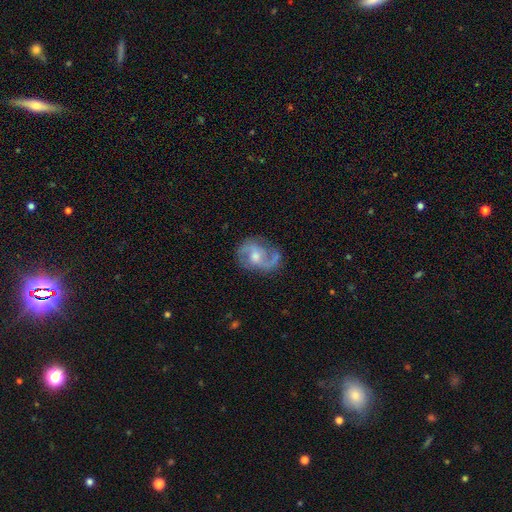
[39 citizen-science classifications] A featured or disk galaxy (92%) with a weak bar (50%), 2 (86%) medium (64%) spiral arms (100%) and a moderate central bulge (61%).

Vote fractions:
- Smooth or featured? featured or disk: 92% / star or artifact: 5% / smooth: 3%
- Edge-on disk? no: 100% / yes: 0%
- Bar? weak: 50% / no: 44% / strong: 6%
- Spiral arms? yes: 100% / no: 0%
- Spiral winding? medium: 64% / loose: 31% / tight: 6%
- Spiral arm count? 2: 86% / can't tell: 8% / 1: 6% / 3: 0% / 4: 0% / more than 4: 0%
- Bulge size? moderate: 61% / small: 22% / large: 14% / none: 3% / dominant: 0%
- Merging? none: 76% / minor disturbance: 24% / major disturbance: 0% / merger: 0%